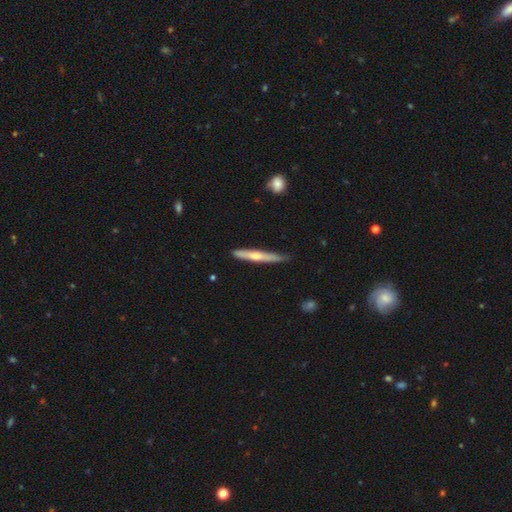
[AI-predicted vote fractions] A featured or disk galaxy (58%) viewed edge-on (95%) with a rounded central bulge (81%).

Vote fractions:
- Smooth or featured? featured or disk: 58% / smooth: 36% / star or artifact: 6%
- Edge-on disk? yes: 95% / no: 5%
- Edge-on bulge? rounded: 81% / none: 16% / boxy: 3%
- Merging? none: 80% / minor disturbance: 16% / major disturbance: 2% / merger: 1%